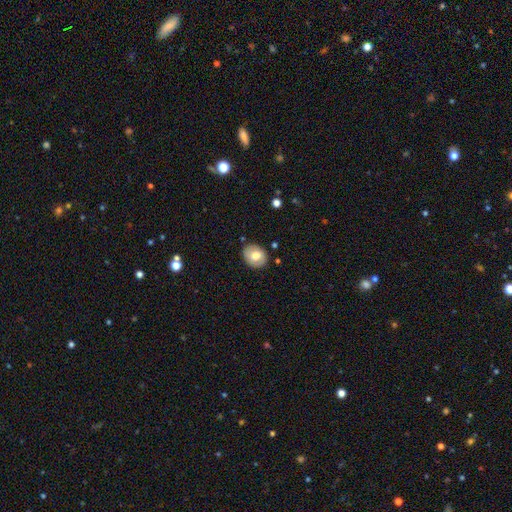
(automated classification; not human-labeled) smooth-or-featured: smooth: 69% | featured or disk: 23% | star or artifact: 8%
  how-rounded: round: 57% | in between: 42% | cigar-shaped: 1%
  merging: none: 84% | minor disturbance: 11% | major disturbance: 2% | merger: 2%